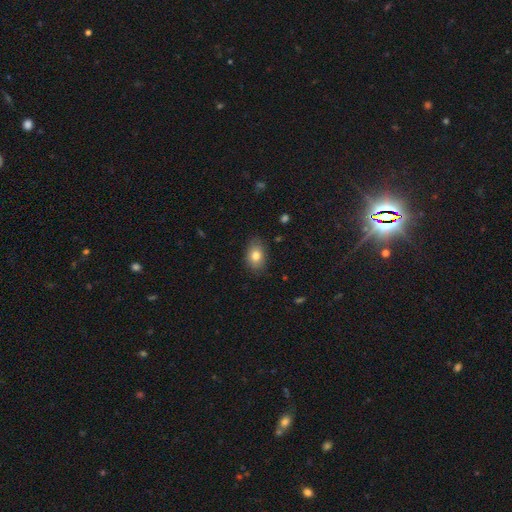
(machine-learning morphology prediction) This appears to be a smooth galaxy with no disk features (80%) that is in between round and cigar-shaped (84%). Merging: none (82%).